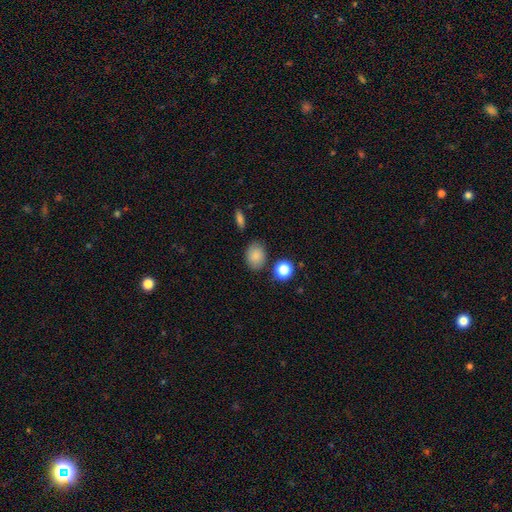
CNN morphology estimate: type=smooth (85%); roundness=in between (65%); merging=none (78%).